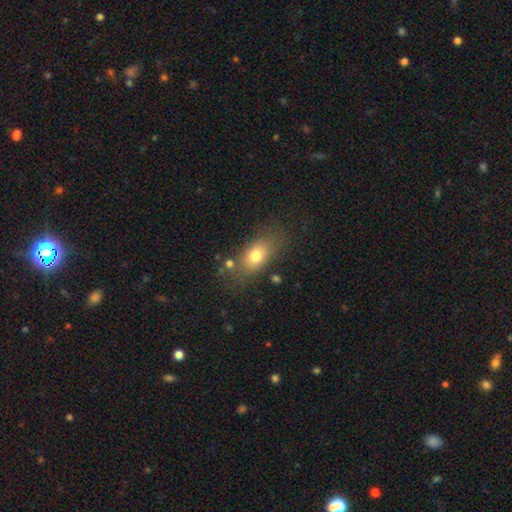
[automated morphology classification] Overall: smooth (74%). How rounded: in between (81%). Merging: none (70%).